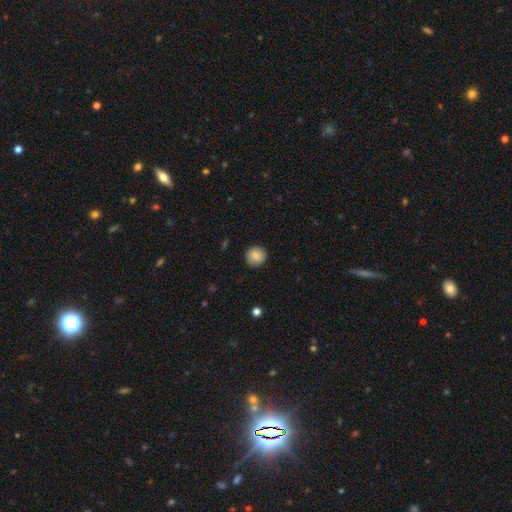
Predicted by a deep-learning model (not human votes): smooth_or_featured: smooth (p=0.83) [alt: featured or disk p=0.09]
how_rounded: round (p=0.92) [alt: in between p=0.07]
merging: none (p=0.87) [alt: minor disturbance p=0.10]